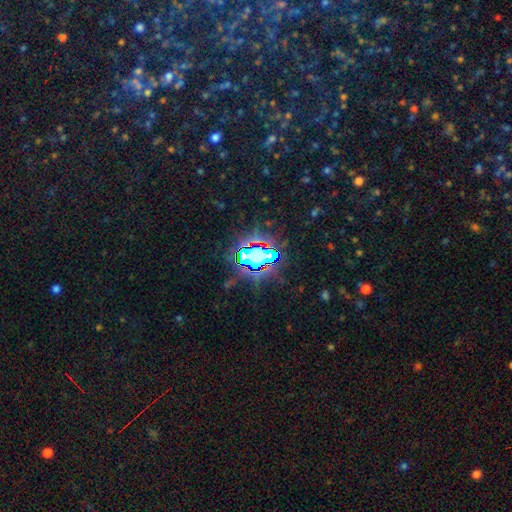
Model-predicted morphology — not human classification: type=star or artifact (70%).